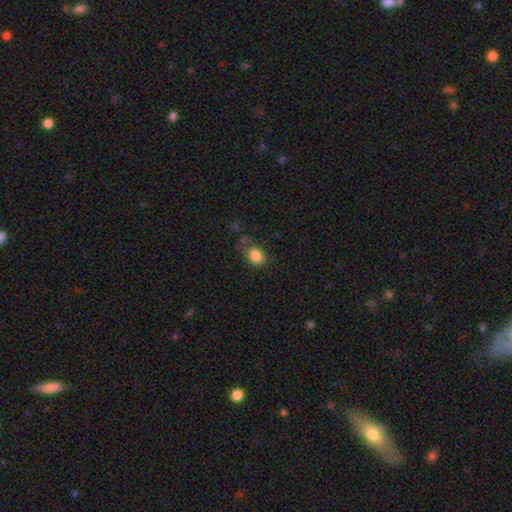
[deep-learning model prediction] Overall: smooth (85%). How rounded: round (50%; in between 49%). Merging: none (69%).